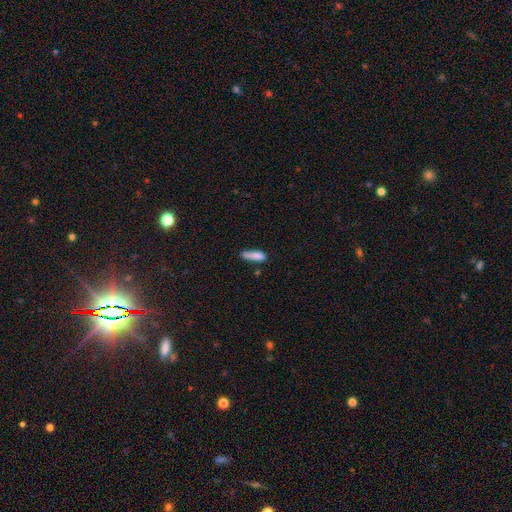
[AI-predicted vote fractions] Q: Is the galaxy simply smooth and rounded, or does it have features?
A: smooth — 82%.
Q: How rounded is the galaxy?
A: cigar-shaped — 66%.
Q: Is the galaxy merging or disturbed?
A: none — 53%.